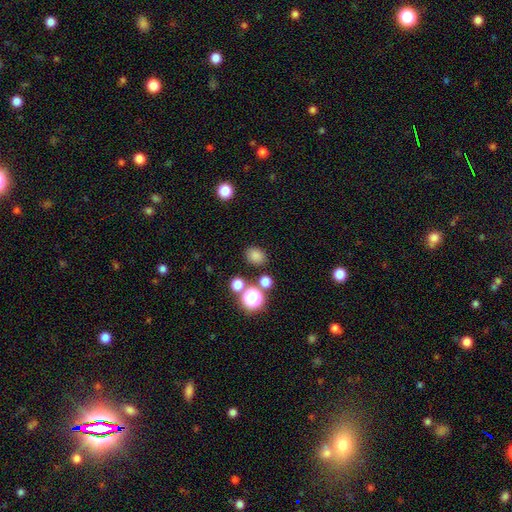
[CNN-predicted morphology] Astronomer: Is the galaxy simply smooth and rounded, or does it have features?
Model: smooth — 79%.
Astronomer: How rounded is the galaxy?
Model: round — 53% (runner-up: in between, 46%).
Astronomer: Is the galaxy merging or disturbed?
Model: none — 80%.